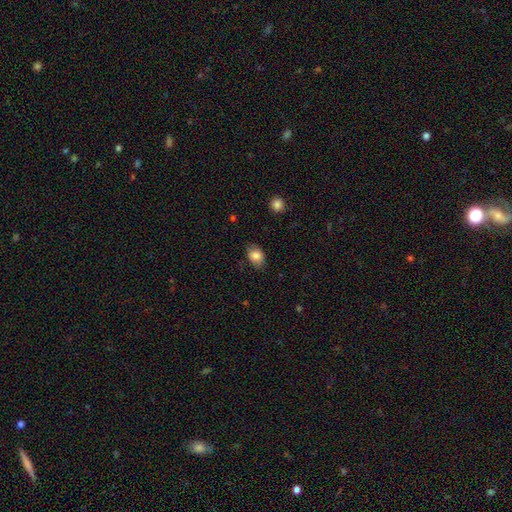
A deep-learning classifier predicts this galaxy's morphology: The model was most divided on "how rounded": in between: 74%, round: 24%, cigar-shaped: 1%. More confident: smooth or featured — smooth (84%); merging — none (78%).